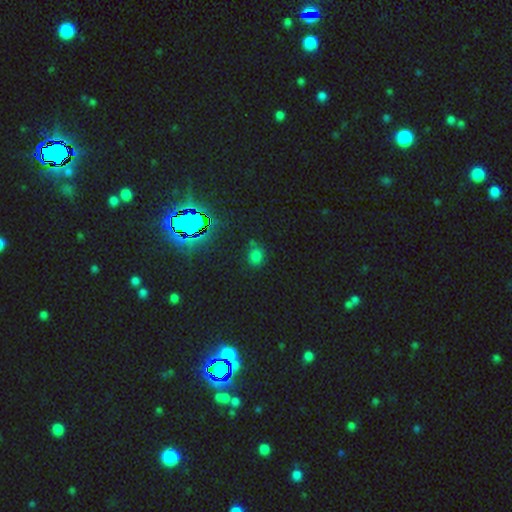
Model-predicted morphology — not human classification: The model was most divided on "smooth or featured": smooth: 54%, star or artifact: 39%, featured or disk: 7%. More confident: merging — none (78%); how rounded — round (62%).